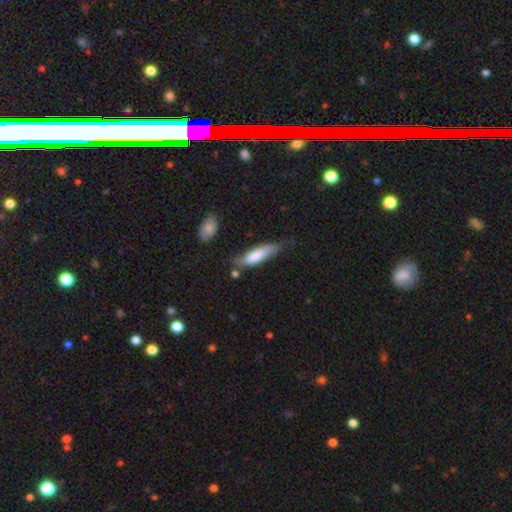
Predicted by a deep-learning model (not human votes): smooth 75%, featured or disk 20%, star or artifact 6%. Down the decision tree: how rounded — cigar-shaped (56%); merging — none (50%).